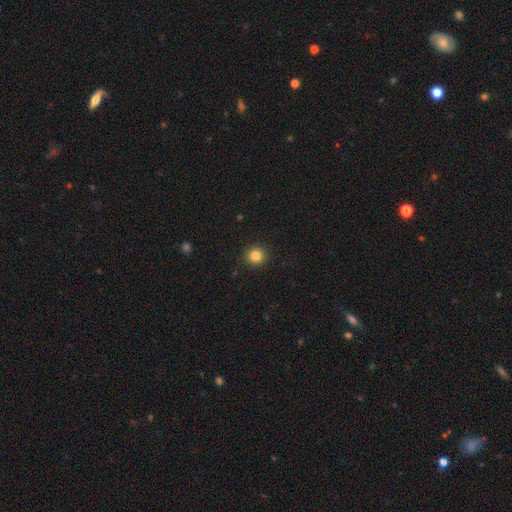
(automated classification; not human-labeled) The model was most divided on "smooth or featured": smooth: 84%, star or artifact: 11%, featured or disk: 5%. More confident: how rounded — round (94%); merging — none (93%).